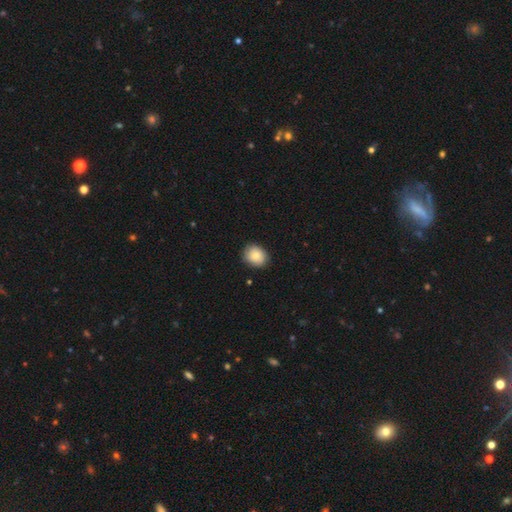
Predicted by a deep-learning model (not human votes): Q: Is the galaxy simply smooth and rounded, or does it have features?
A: smooth — 82%.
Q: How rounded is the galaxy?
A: round — 61%.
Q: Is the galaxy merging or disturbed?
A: none — 83%.